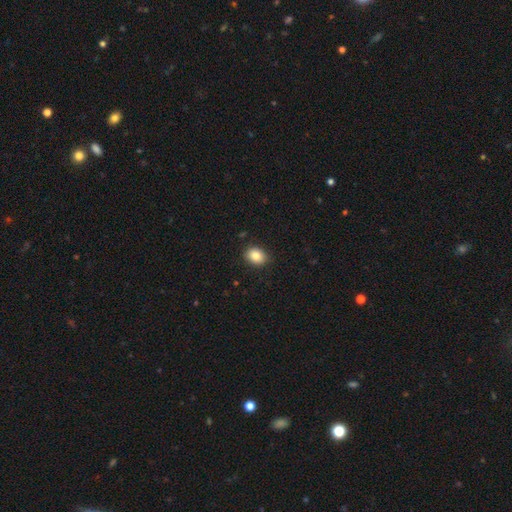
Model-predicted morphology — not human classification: This appears to be a smooth galaxy with no disk features (85%) that is in between round and cigar-shaped (58%). Merging: none (89%).